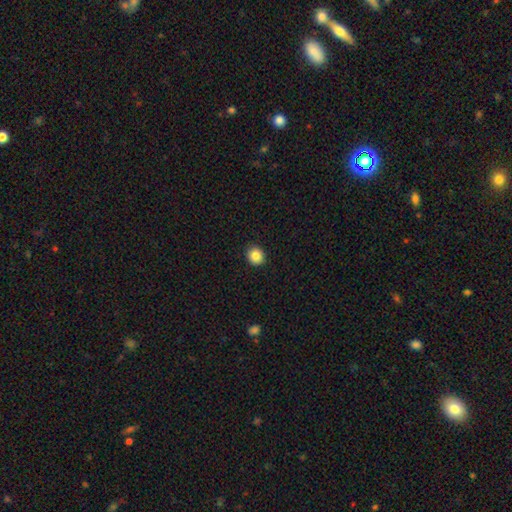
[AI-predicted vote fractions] Smooth or featured?
  - smooth: 85% *
  - star or artifact: 10%
  - featured or disk: 6%
How rounded?
  - round: 84% *
  - in between: 16%
  - cigar-shaped: 1%
Merging?
  - none: 92% *
  - minor disturbance: 5%
  - major disturbance: 2%
  - merger: 1%